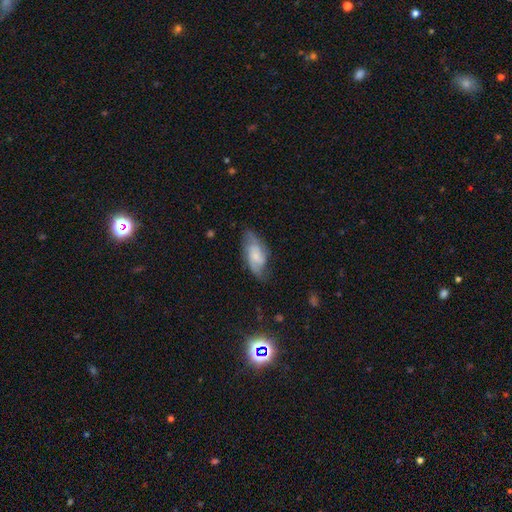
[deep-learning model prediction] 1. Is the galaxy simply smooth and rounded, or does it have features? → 56% featured or disk, 37% smooth, 8% star or artifact.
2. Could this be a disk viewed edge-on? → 90% no, 10% yes.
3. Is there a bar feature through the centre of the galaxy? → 60% no, 33% weak, 7% strong.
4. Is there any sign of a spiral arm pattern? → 87% yes, 13% no.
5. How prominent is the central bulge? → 42% small, 28% moderate, 22% none, 7% large, 2% dominant.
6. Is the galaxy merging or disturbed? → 62% none, 26% minor disturbance, 11% major disturbance, 2% merger.